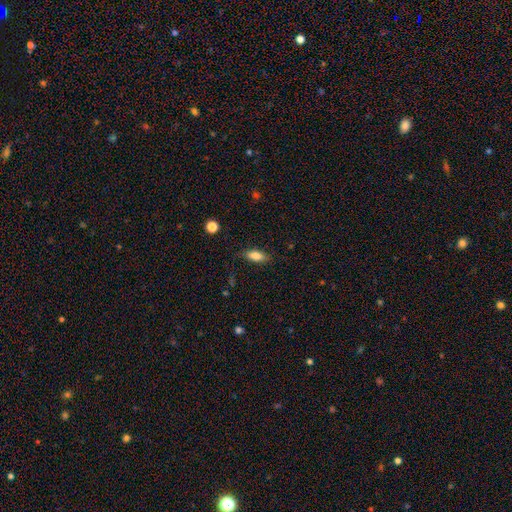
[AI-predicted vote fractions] A smooth galaxy with no disk features (81%) that is in between round and cigar-shaped (78%). Merging: none (81%).